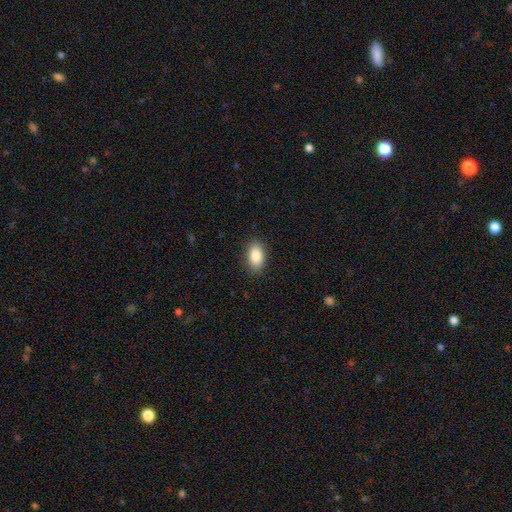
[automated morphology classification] smooth_or_featured: smooth (p=0.87) [alt: star or artifact p=0.07]
how_rounded: in between (p=0.92) [alt: round p=0.06]
merging: none (p=0.88) [alt: minor disturbance p=0.09]